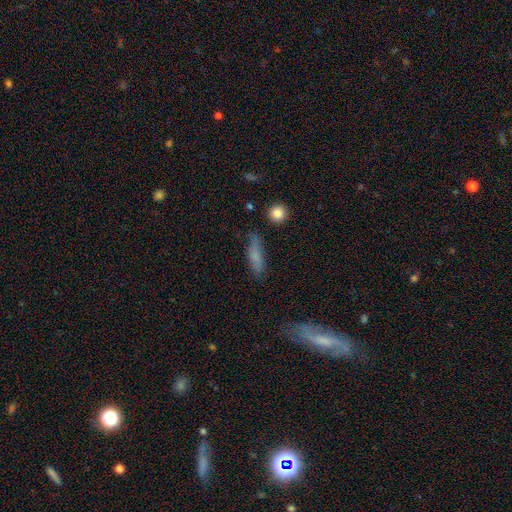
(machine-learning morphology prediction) smooth 72%, featured or disk 19%, star or artifact 9%. Down the decision tree: how rounded — cigar-shaped (64%); merging — none (70%).